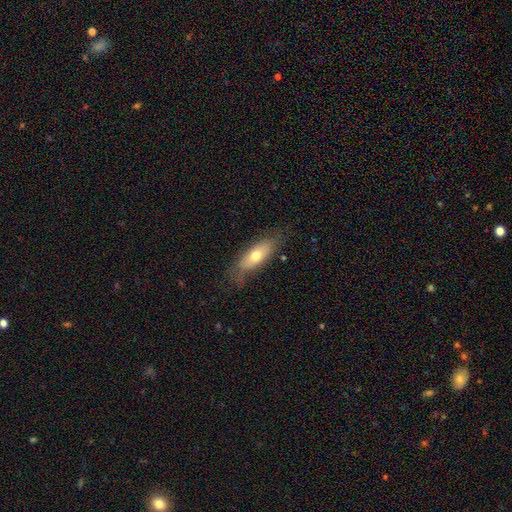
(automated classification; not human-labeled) The model was most divided on "smooth or featured": smooth: 64%, featured or disk: 29%, star or artifact: 7%. More confident: how rounded — in between (71%); merging — none (69%).